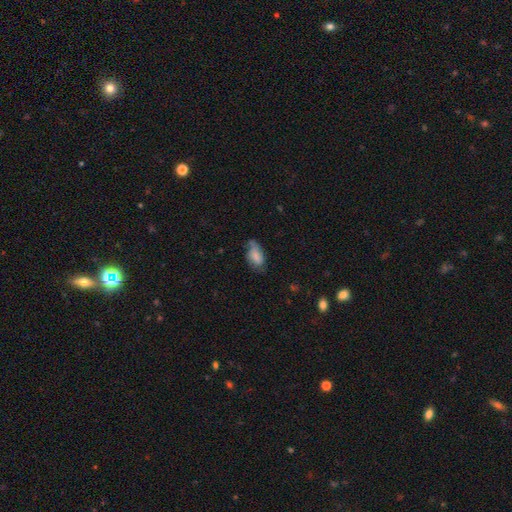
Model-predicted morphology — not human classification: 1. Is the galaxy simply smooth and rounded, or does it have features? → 66% smooth, 25% featured or disk, 8% star or artifact.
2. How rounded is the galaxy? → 91% in between, 5% cigar-shaped, 4% round.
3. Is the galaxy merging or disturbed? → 46% none, 35% minor disturbance, 16% major disturbance, 3% merger.